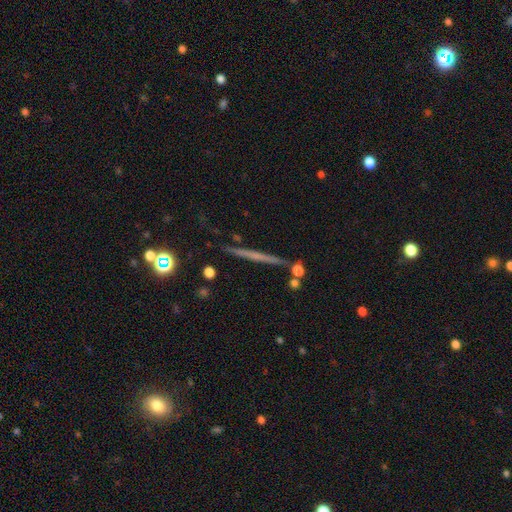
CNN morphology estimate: A featured or disk galaxy (60%) viewed edge-on (97%) with no central bulge (77%). Merging: none (85%).